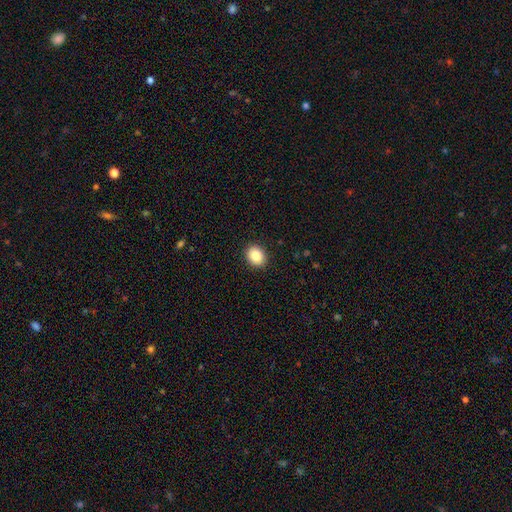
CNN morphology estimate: Smooth or featured? Predicted: smooth (p=0.88). How rounded? Predicted: round (p=0.54). Merging? Predicted: none (p=0.91).